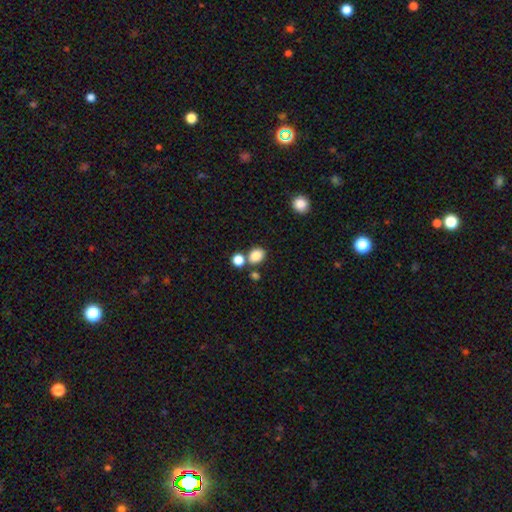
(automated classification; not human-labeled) This is clearly a smooth galaxy (84%). How rounded: possibly in between (54%). Merging: likely none (65%).